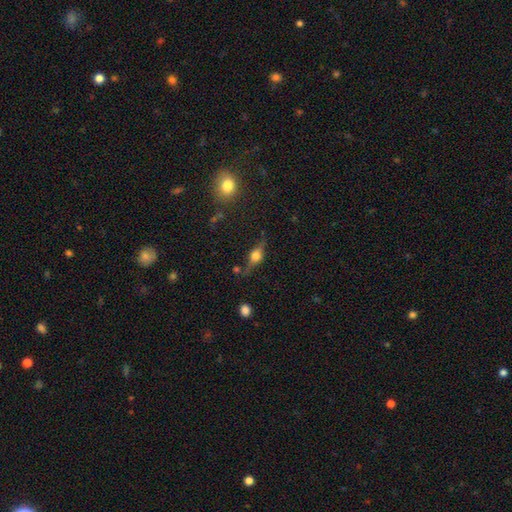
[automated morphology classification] Smooth or featured? featured or disk (61%)
Edge-on disk? yes (90%)
Edge-on bulge? rounded (93%)
Merging? none (73%)